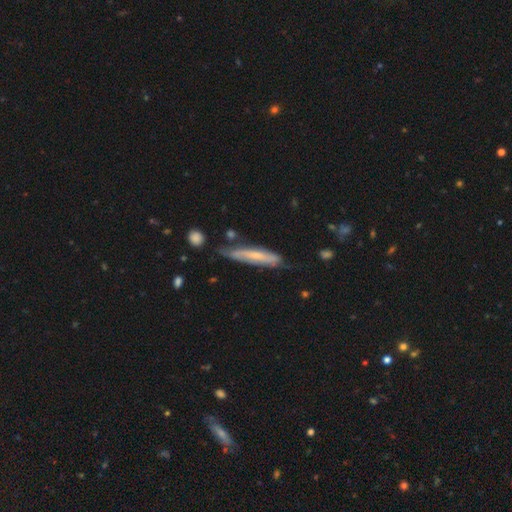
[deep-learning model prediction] This appears to be a smooth galaxy with no disk features (48%). Merging: none (63%).